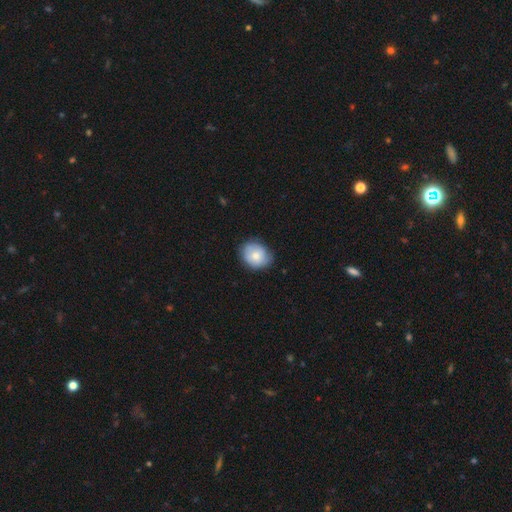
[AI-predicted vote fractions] Smooth or featured? smooth (73%)
How rounded? round (59%)
Merging? none (74%)